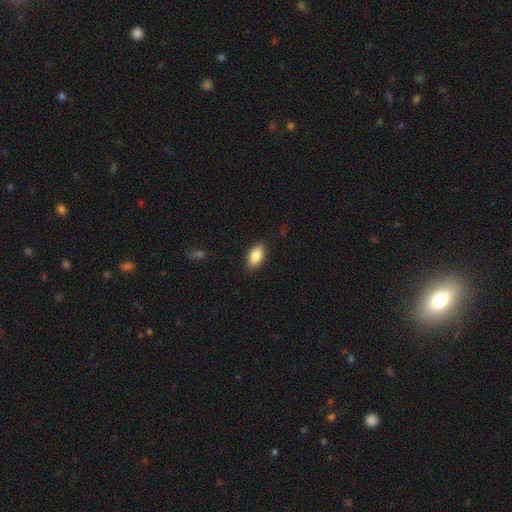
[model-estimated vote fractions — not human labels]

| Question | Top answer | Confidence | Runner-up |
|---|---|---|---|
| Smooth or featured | smooth | 85% | featured or disk (8%) |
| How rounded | in between | 92% | round (4%) |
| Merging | none | 87% | minor disturbance (9%) |